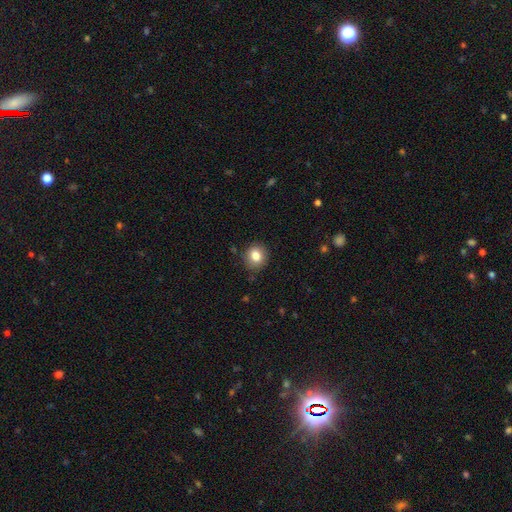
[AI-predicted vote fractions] Smooth or featured?
  - smooth: 83% *
  - star or artifact: 10%
  - featured or disk: 8%
How rounded?
  - round: 81% *
  - in between: 18%
  - cigar-shaped: 1%
Merging?
  - none: 87% *
  - minor disturbance: 9%
  - major disturbance: 2%
  - merger: 1%